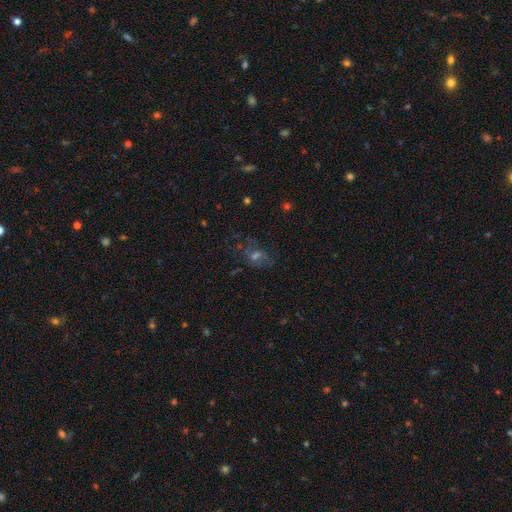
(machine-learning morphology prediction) smooth-or-featured: featured or disk: 35% (tied) | smooth: 35% (tied) | star or artifact: 30%
  merging: none: 56% | major disturbance: 21% | minor disturbance: 20% | merger: 4%